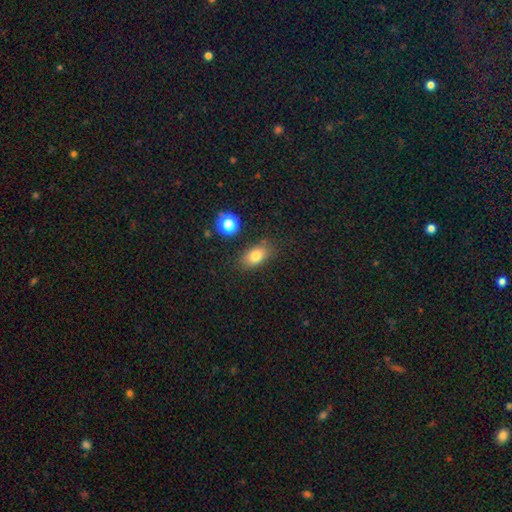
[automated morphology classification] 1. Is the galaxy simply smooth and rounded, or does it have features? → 78% smooth, 11% star or artifact, 11% featured or disk.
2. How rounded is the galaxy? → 83% in between, 14% round, 3% cigar-shaped.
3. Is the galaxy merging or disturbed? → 79% none, 14% minor disturbance, 4% major disturbance, 3% merger.